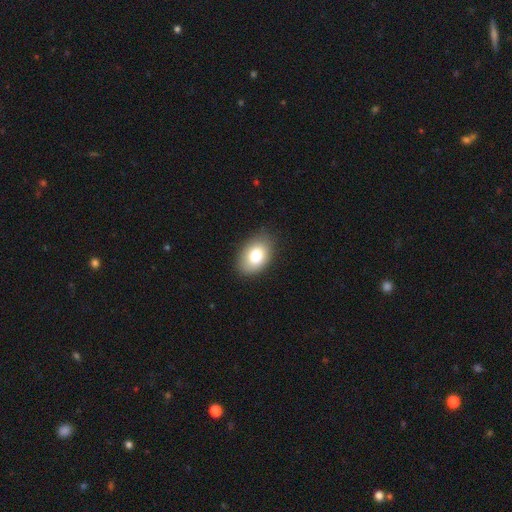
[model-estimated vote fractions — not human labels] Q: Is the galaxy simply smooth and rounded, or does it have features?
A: smooth — 80%.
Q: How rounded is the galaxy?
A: in between — 88%.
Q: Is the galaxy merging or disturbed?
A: none — 85%.